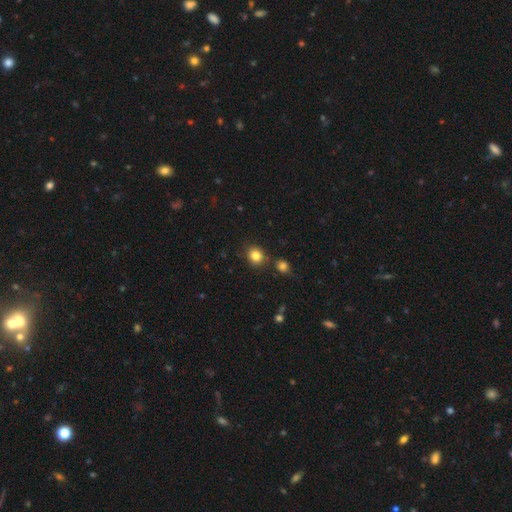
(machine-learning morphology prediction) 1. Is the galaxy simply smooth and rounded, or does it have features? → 83% smooth, 11% star or artifact, 6% featured or disk.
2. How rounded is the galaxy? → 73% round, 26% in between, 1% cigar-shaped.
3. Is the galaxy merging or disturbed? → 79% none, 10% minor disturbance, 9% merger, 3% major disturbance.